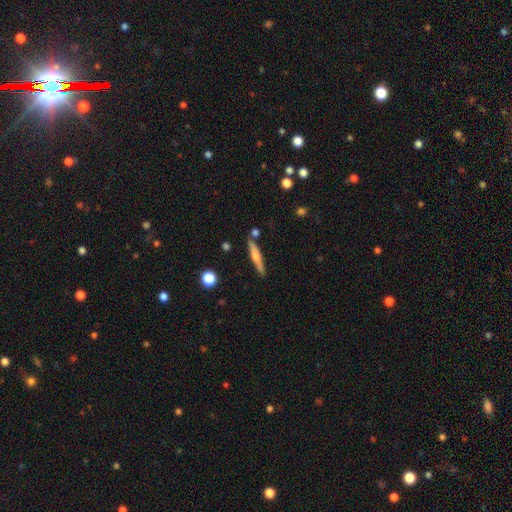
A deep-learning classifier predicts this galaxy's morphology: A smooth galaxy with no disk features (48%). Merging: none (83%).